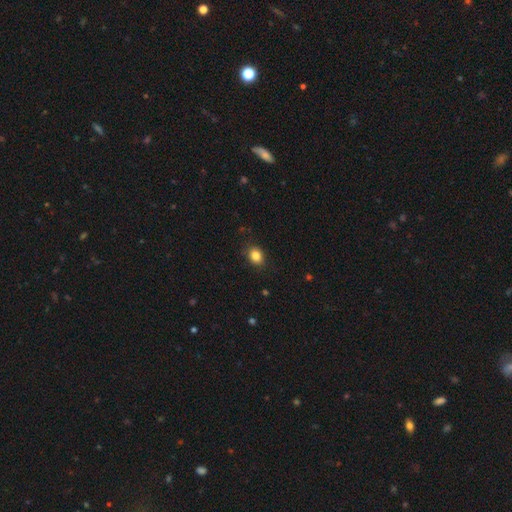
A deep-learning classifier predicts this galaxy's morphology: smooth-or-featured: smooth: 84% | star or artifact: 10% | featured or disk: 6%
  how-rounded: in between: 57% | round: 42% | cigar-shaped: 1%
  merging: none: 84% | minor disturbance: 12% | major disturbance: 3% | merger: 1%